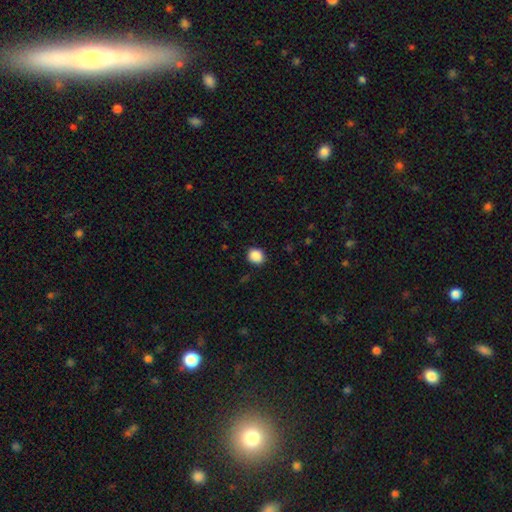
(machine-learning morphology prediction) smooth 88%, star or artifact 9%, featured or disk 3%. Down the decision tree: how rounded — round (78%); merging — none (89%).